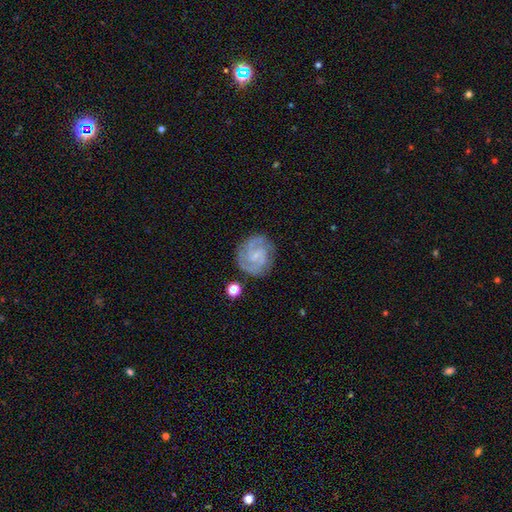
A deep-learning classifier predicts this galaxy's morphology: Smooth or featured: featured or disk — 84% (smooth — 10%)
Edge-on disk: no — 98% (yes — 2%)
Bar: weak — 45% (tied with no — 45%)
Spiral arms: yes — 96% (no — 4%)
Spiral winding: tight — 53% (medium — 40%)
Spiral arm count: 2 — 53% (3 — 23%)
Bulge size: small — 67% (none — 21%)
Merging: none — 78% (minor disturbance — 14%)